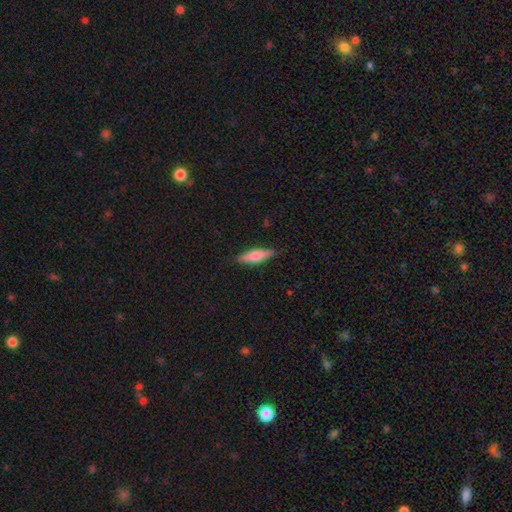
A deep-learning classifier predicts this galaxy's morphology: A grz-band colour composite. It shows a smooth galaxy with no disk features (65%) that is cigar-shaped (55%). Merging: none (86%).